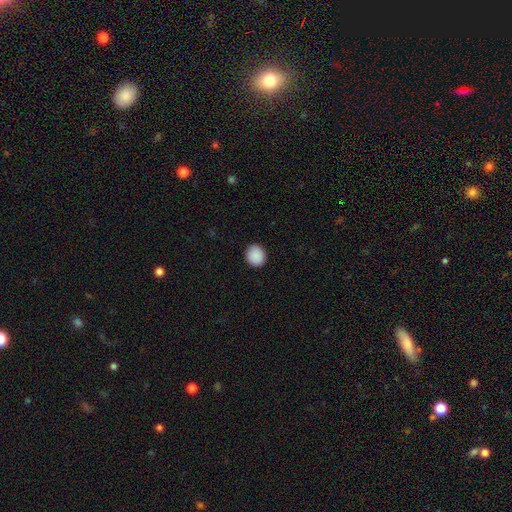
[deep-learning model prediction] The model was most divided on "how rounded": round: 80%, in between: 19%, cigar-shaped: 1%. More confident: merging — none (91%); smooth or featured — smooth (90%).